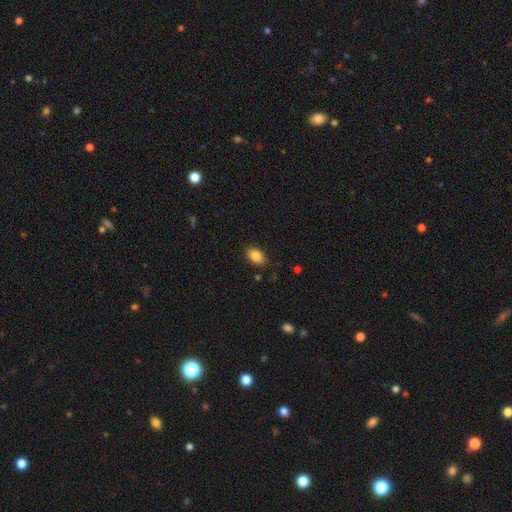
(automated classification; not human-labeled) Smooth or featured: smooth — 86% (star or artifact — 9%)
How rounded: in between — 87% (round — 11%)
Merging: none — 83% (minor disturbance — 12%)